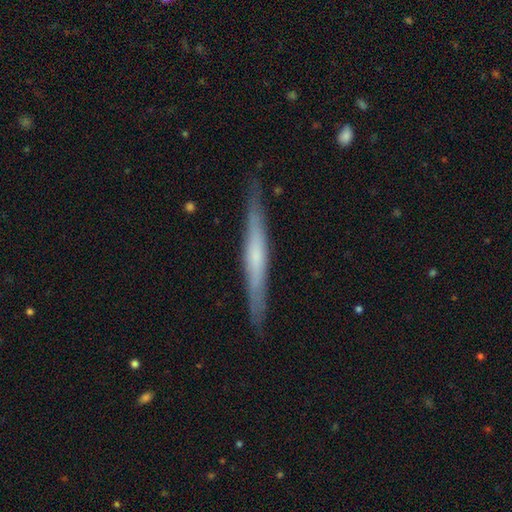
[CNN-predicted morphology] This appears to be a featured or disk galaxy (57%) viewed edge-on (95%) with no central bulge (60%). Merging: none (88%).